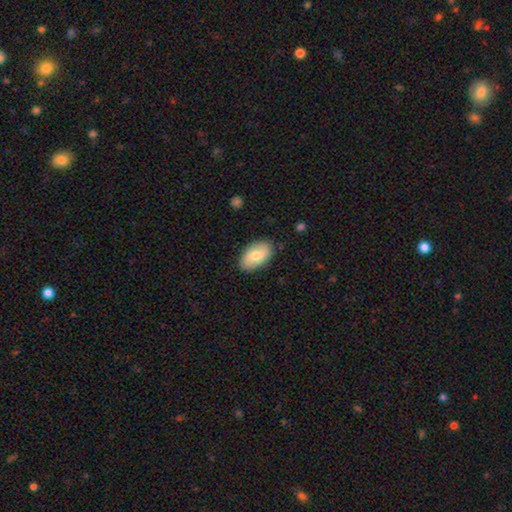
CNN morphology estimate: type=smooth (70%); roundness=in between (94%); merging=none (85%).